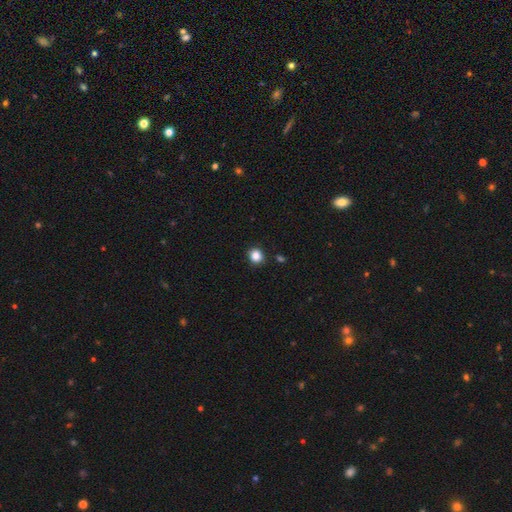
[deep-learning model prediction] smooth-or-featured: smooth: 84% | star or artifact: 12% | featured or disk: 4%
  how-rounded: round: 85% | in between: 14% | cigar-shaped: 1%
  merging: none: 89% | minor disturbance: 7% | merger: 2% | major disturbance: 2%